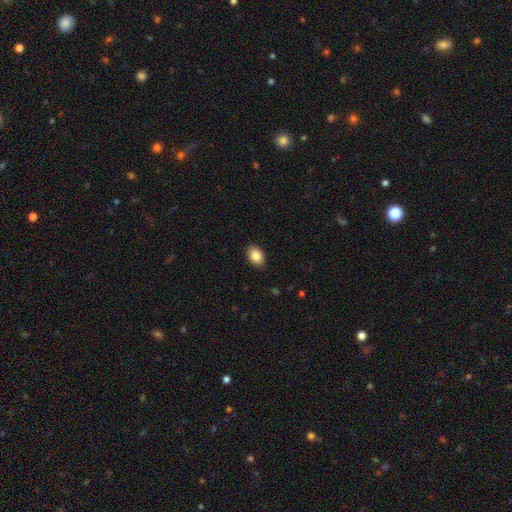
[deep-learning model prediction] A smooth galaxy with no disk features (86%) that is in between round and cigar-shaped (83%). Merging: none (88%).